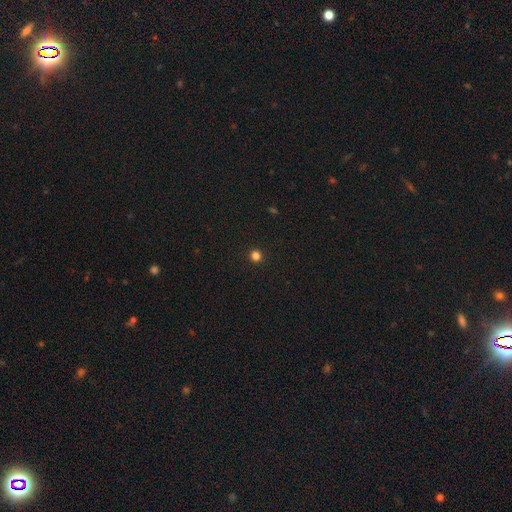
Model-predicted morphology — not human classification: smooth 81%, star or artifact 16%, featured or disk 3%. Down the decision tree: how rounded — round (95%); merging — none (94%).